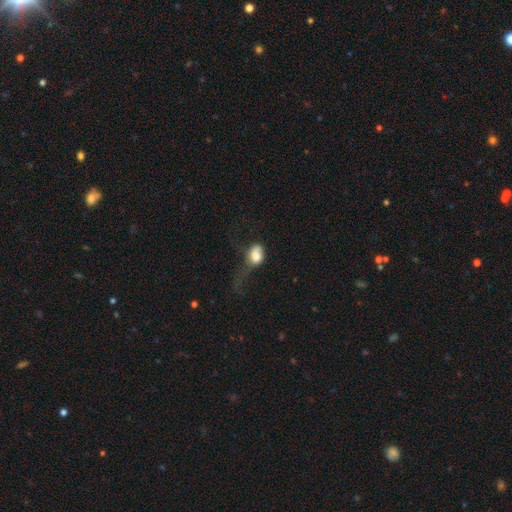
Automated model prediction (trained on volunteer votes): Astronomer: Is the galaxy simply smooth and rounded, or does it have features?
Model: smooth — 71%.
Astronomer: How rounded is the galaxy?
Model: in between — 61%.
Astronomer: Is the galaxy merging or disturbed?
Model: major disturbance — 59%.